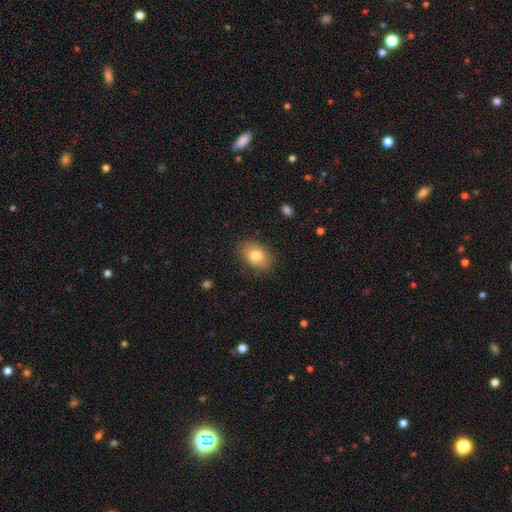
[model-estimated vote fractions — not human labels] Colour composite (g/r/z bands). It shows a smooth galaxy with no disk features (79%) that is in between round and cigar-shaped (80%). Merging: none (85%).